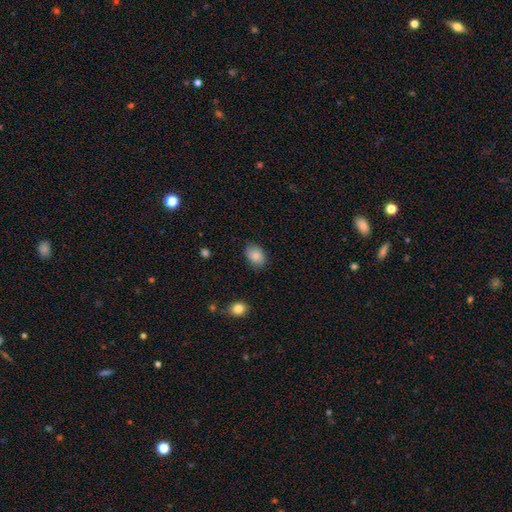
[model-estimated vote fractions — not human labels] Smooth or featured? Predicted: smooth (p=0.86). How rounded? Predicted: in between (p=0.79). Merging? Predicted: none (p=0.80).